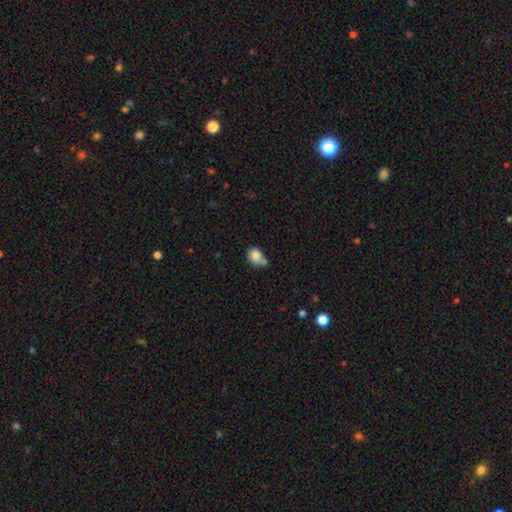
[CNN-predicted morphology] Overall: smooth (82%). How rounded: round (57%; in between 42%). Merging: none (42%; merger 31%).